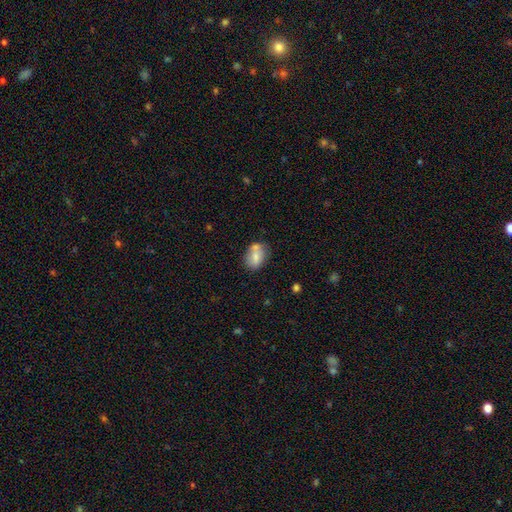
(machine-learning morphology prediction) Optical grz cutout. It shows a smooth galaxy with no disk features (72%) that is in between round and cigar-shaped (74%). Merging: none (56%).